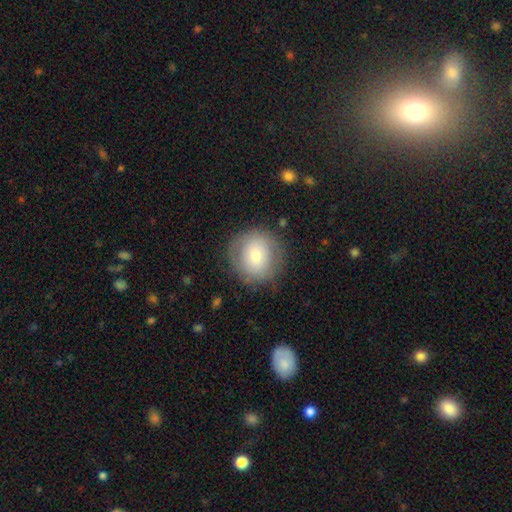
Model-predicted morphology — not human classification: smooth 66%, featured or disk 26%, star or artifact 8%. Down the decision tree: how rounded — round (91%); merging — none (81%).